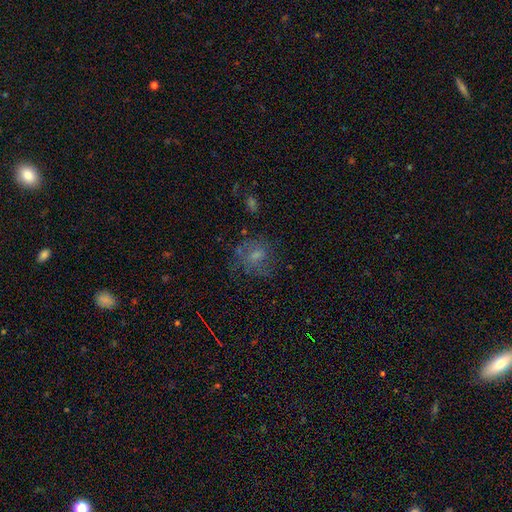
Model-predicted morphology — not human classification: Overall: smooth (52%; featured or disk 34%). How rounded: round (63%; in between 36%). Merging: none (55%; minor disturbance 21%).